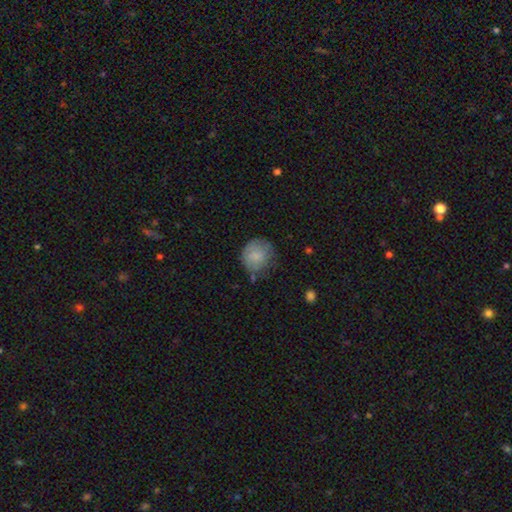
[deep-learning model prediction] Smooth or featured? Predicted: smooth (p=0.77). How rounded? Predicted: round (p=0.84). Merging? Predicted: none (p=0.58).